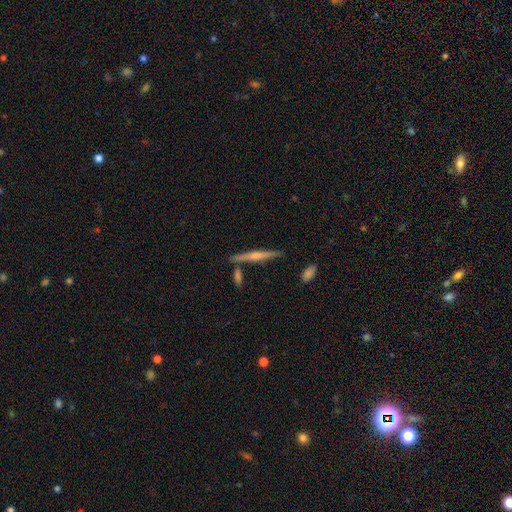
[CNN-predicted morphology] featured or disk 59%, smooth 35%, star or artifact 6%. Down the decision tree: edge-on disk — yes (97%); edge-on bulge — rounded (64%); merging — none (82%).